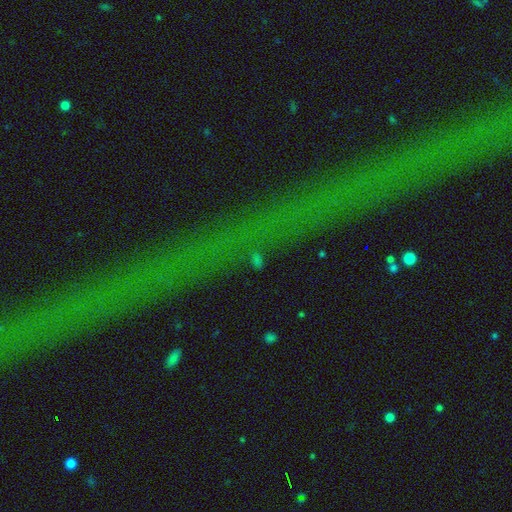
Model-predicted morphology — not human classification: star or artifact 64%, smooth 18%, featured or disk 18%.